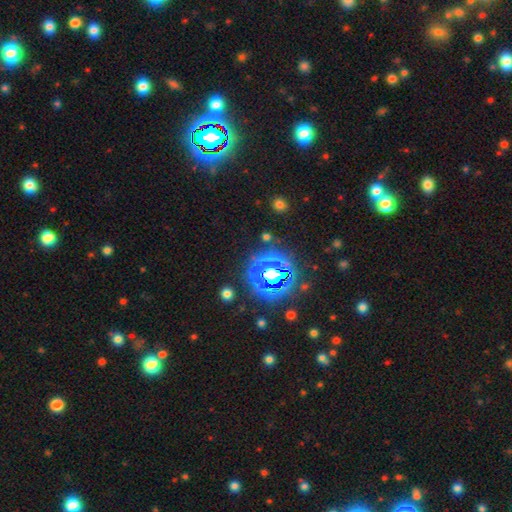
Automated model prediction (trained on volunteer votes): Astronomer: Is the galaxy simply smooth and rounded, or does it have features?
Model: star or artifact — 80%.